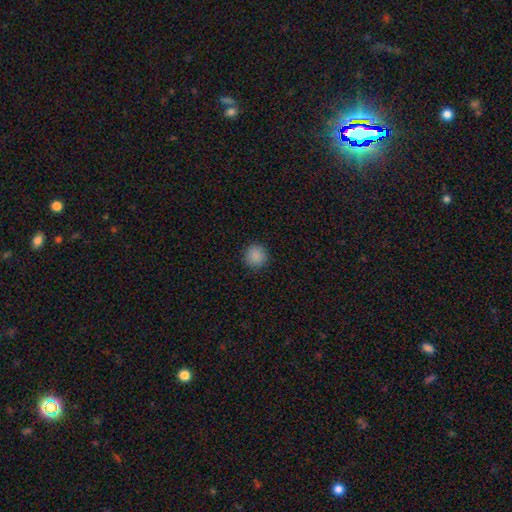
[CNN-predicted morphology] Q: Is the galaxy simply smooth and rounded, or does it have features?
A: smooth — 88%.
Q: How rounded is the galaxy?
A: round — 93%.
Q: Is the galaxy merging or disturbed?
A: none — 91%.